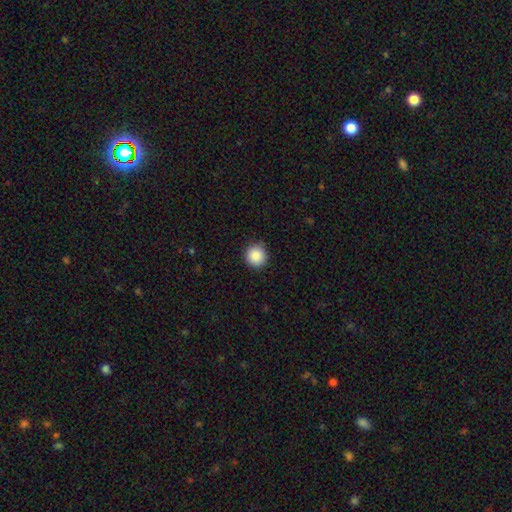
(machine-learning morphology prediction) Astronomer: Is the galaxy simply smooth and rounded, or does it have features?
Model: smooth — 88%.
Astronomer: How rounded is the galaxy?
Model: round — 95%.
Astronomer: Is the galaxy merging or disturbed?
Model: none — 89%.